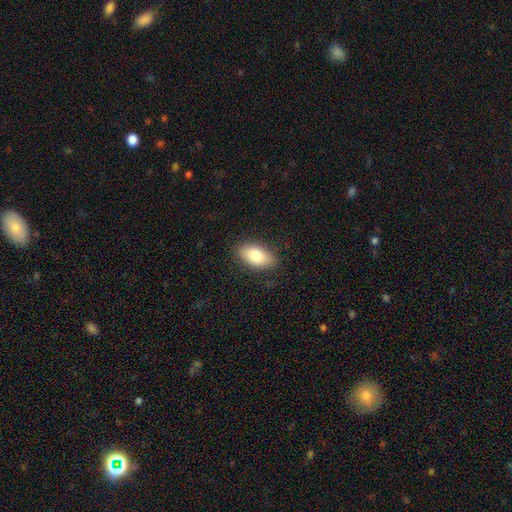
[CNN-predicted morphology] Overall: smooth (83%). How rounded: in between (93%). Merging: none (86%).